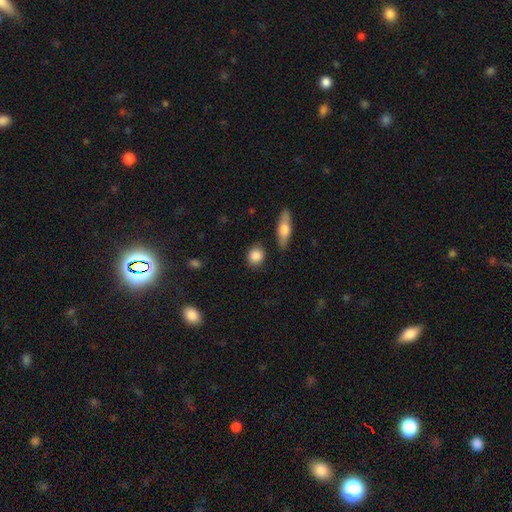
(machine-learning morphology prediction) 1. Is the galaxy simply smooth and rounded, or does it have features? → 86% smooth, 7% featured or disk, 7% star or artifact.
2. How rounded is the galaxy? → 76% round, 21% in between, 3% cigar-shaped.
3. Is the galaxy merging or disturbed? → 83% none, 10% minor disturbance, 4% merger, 3% major disturbance.